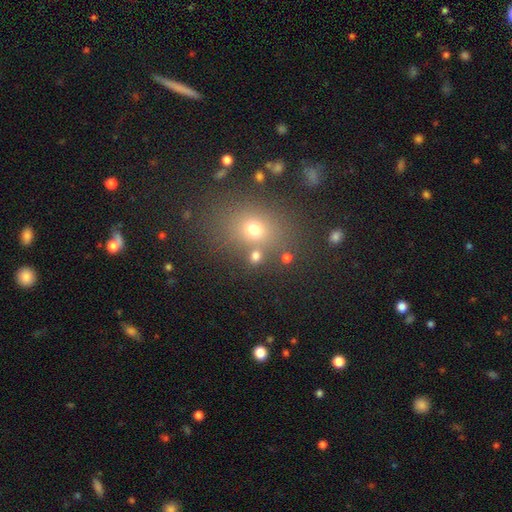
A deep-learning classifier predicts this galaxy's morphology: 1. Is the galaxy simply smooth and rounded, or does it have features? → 69% smooth, 21% star or artifact, 10% featured or disk.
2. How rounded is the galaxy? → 67% round, 31% in between, 2% cigar-shaped.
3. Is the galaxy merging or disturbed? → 71% none, 13% merger, 10% minor disturbance, 5% major disturbance.